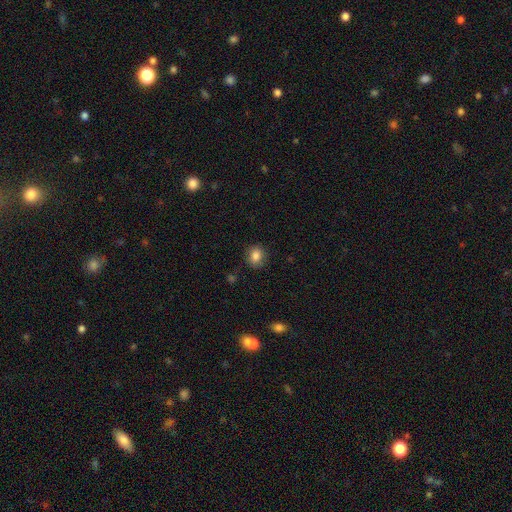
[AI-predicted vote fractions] smooth 83%, star or artifact 10%, featured or disk 7%. Down the decision tree: how rounded — round (60%); merging — none (84%).